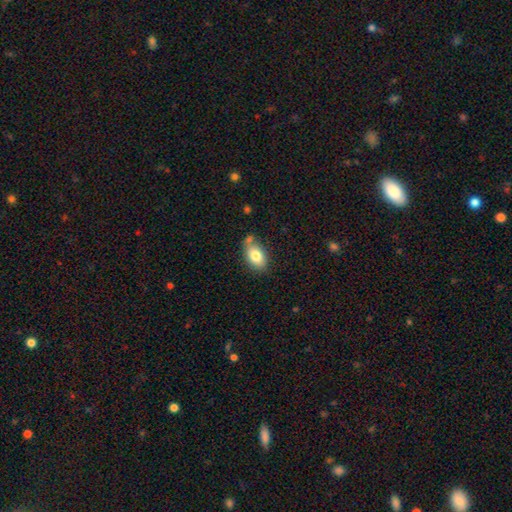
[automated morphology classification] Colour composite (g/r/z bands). It shows a smooth galaxy with no disk features (80%) that is in between round and cigar-shaped (88%). Merging: none (66%).